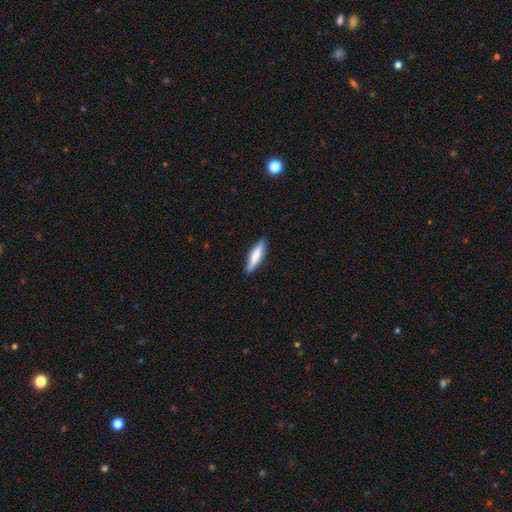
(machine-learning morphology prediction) This is likely a smooth galaxy (72%). How rounded: likely cigar-shaped (71%). Merging: clearly none (85%).